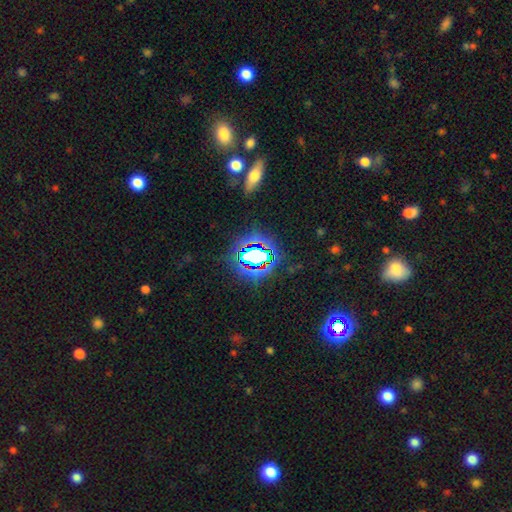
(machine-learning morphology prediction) Q: Smooth or featured?
A: star or artifact (66%); runner-up: smooth (22%)